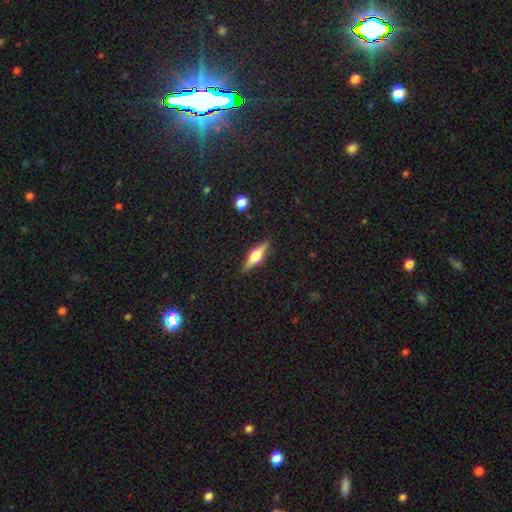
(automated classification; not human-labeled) smooth_or_featured: featured or disk (p=0.53) [alt: smooth p=0.41]
disk_edge_on: yes (p=0.95) [alt: no p=0.05]
edge_on_bulge: rounded (p=0.90) [alt: boxy p=0.08]
merging: none (p=0.88) [alt: minor disturbance p=0.09]